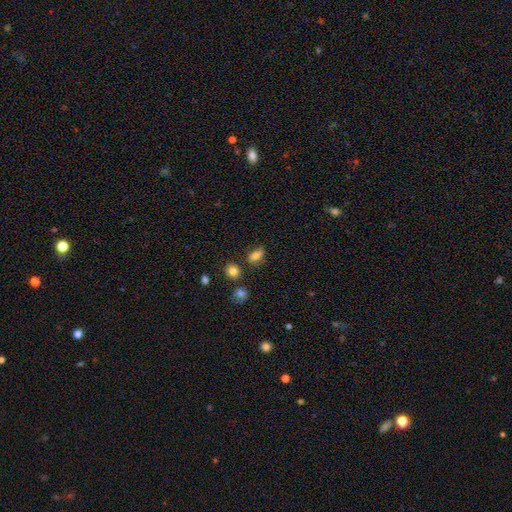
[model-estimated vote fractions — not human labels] smooth 77%, featured or disk 12%, star or artifact 11%. Down the decision tree: how rounded — in between (80%); merging — none (71%).